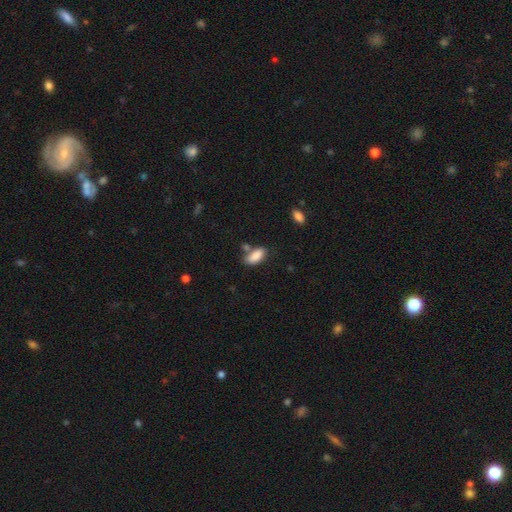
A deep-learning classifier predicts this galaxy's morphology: Smooth or featured? Predicted: smooth (p=0.86). How rounded? Predicted: in between (p=0.87). Merging? Predicted: none (p=0.60).